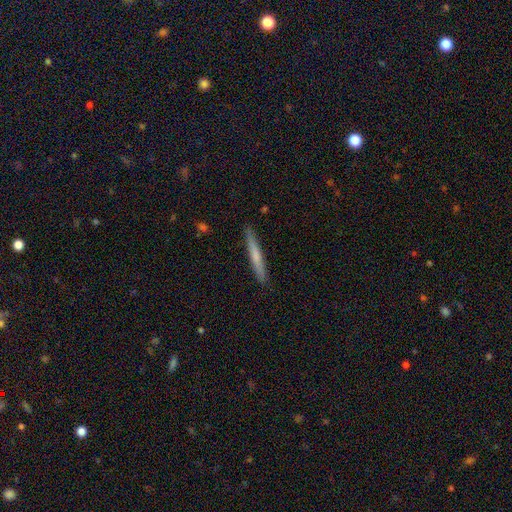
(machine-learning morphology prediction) type=smooth (61%); roundness=cigar-shaped (96%); merging=none (90%).